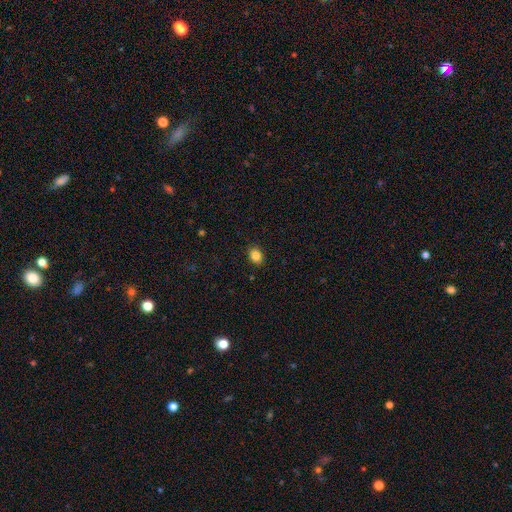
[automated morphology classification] smooth_or_featured: smooth (p=0.85) [alt: star or artifact p=0.10]
how_rounded: in between (p=0.59) [alt: round p=0.40]
merging: none (p=0.89) [alt: minor disturbance p=0.08]